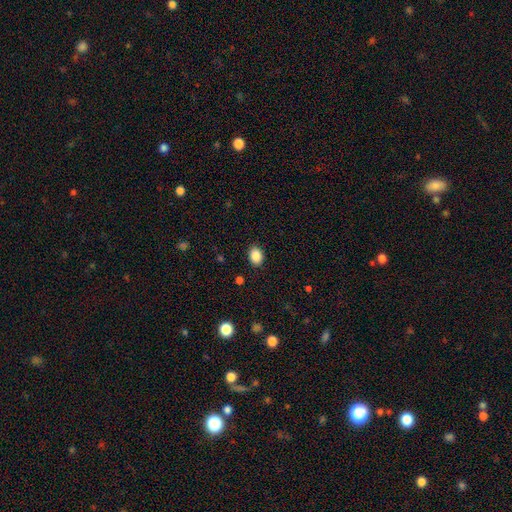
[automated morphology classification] Smooth or featured: smooth — 87% (star or artifact — 9%)
How rounded: in between — 65% (round — 34%)
Merging: none — 89% (minor disturbance — 8%)